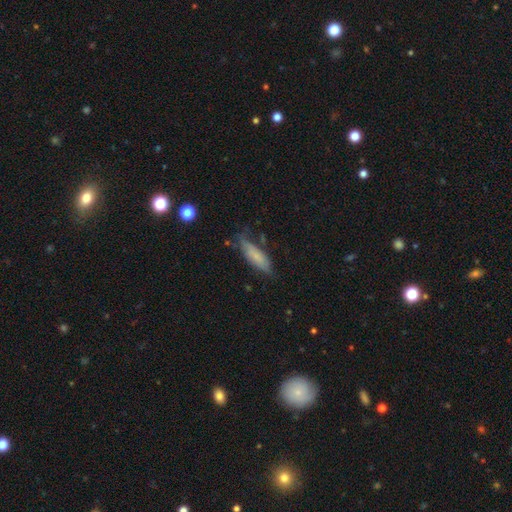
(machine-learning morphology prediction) Smooth or featured?
  - smooth: 70% *
  - featured or disk: 22%
  - star or artifact: 8%
How rounded?
  - cigar-shaped: 53% *
  - in between: 45%
  - round: 2%
Merging?
  - none: 58% *
  - minor disturbance: 29%
  - major disturbance: 9%
  - merger: 4%